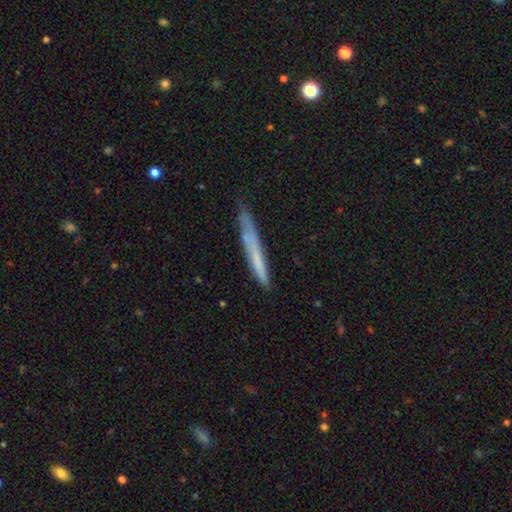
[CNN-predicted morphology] Smooth or featured? Predicted: smooth (p=0.59). How rounded? Predicted: cigar-shaped (p=0.96). Merging? Predicted: none (p=0.77).